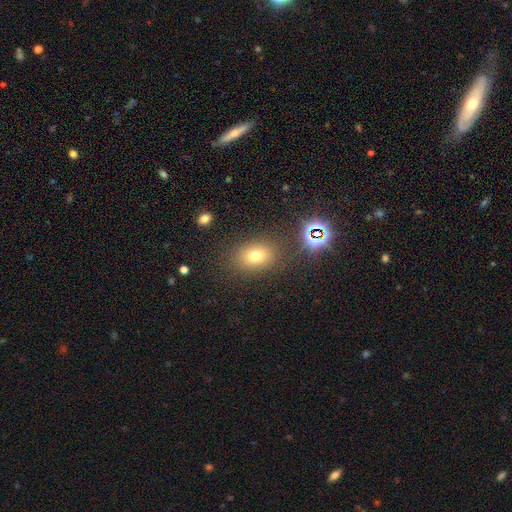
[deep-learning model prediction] Morphology: type=smooth (70%); roundness=in between (62%); merging=none (81%).